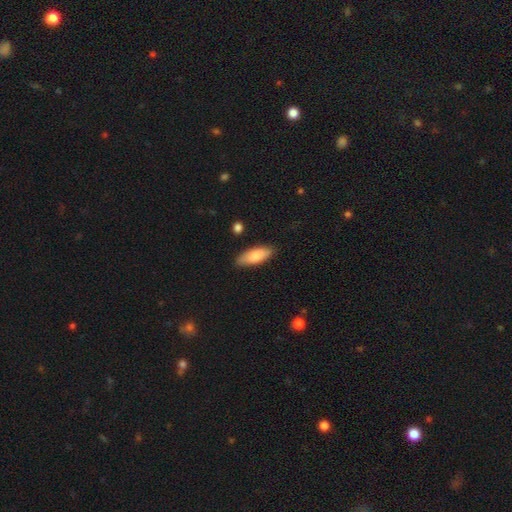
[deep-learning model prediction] smooth 83%, featured or disk 11%, star or artifact 6%. Down the decision tree: how rounded — in between (72%); merging — none (85%).